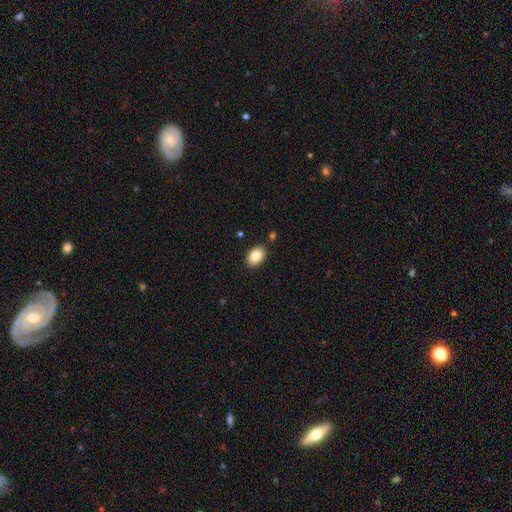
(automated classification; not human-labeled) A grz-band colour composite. It shows a smooth galaxy with no disk features (84%) that is in between round and cigar-shaped (85%). Merging: none (87%).